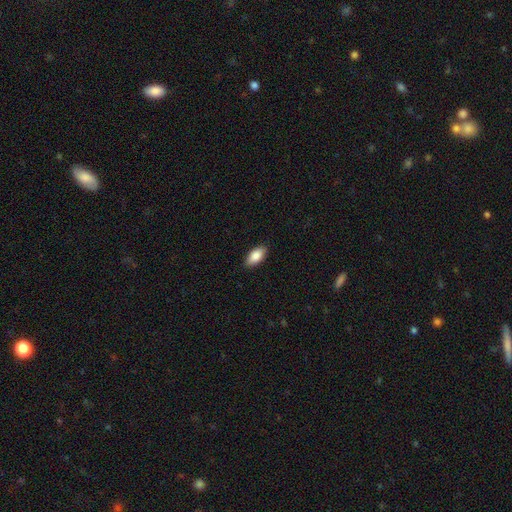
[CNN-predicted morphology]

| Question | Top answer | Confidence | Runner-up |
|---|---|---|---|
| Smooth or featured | smooth | 87% | featured or disk (7%) |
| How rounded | in between | 91% | cigar-shaped (6%) |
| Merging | none | 89% | minor disturbance (9%) |